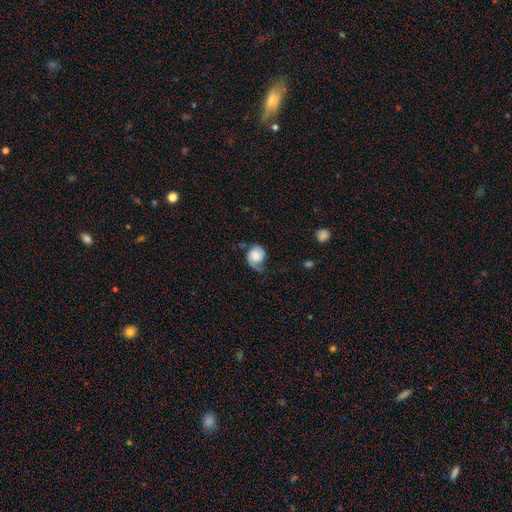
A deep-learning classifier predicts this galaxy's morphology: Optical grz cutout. It shows a smooth galaxy with no disk features (53%) that is round (65%). Merging: none (34%).